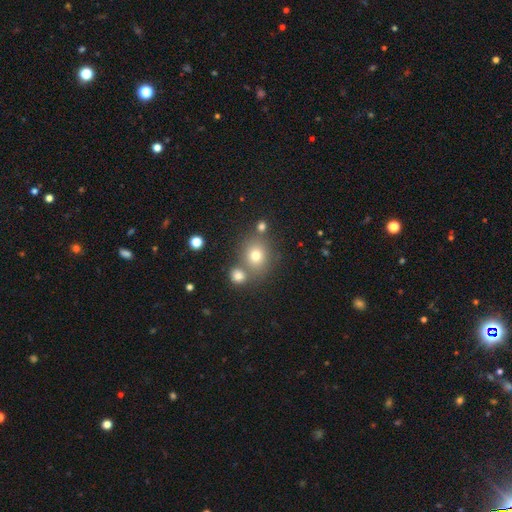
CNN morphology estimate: Q: Smooth or featured?
A: smooth (74%); runner-up: star or artifact (15%)
Q: How rounded?
A: round (77%); runner-up: in between (22%)
Q: Merging?
A: none (64%); runner-up: merger (22%)